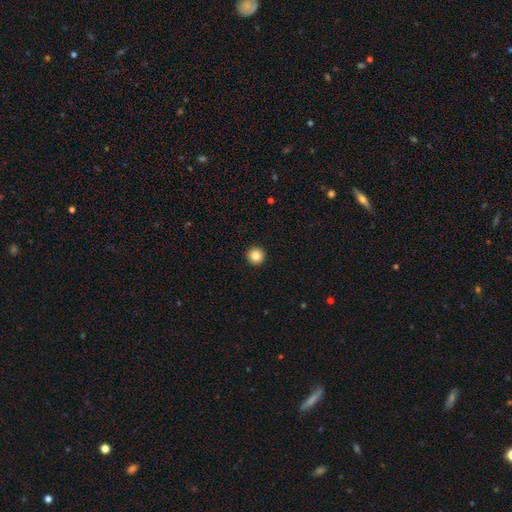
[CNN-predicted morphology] Smooth or featured? smooth (84%)
How rounded? round (96%)
Merging? none (94%)